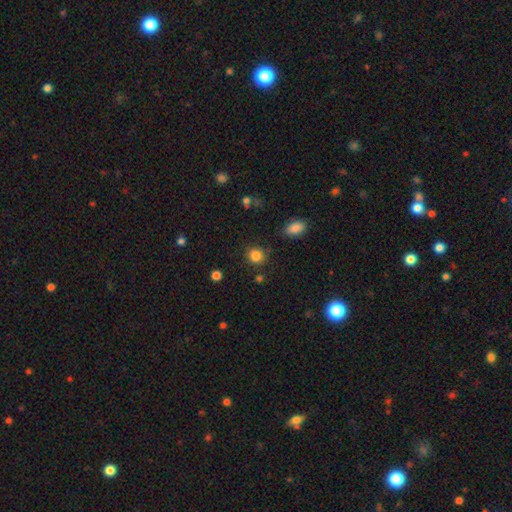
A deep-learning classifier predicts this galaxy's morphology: The model was most divided on "smooth or featured": smooth: 84%, star or artifact: 12%, featured or disk: 4%. More confident: how rounded — round (86%); merging — none (85%).